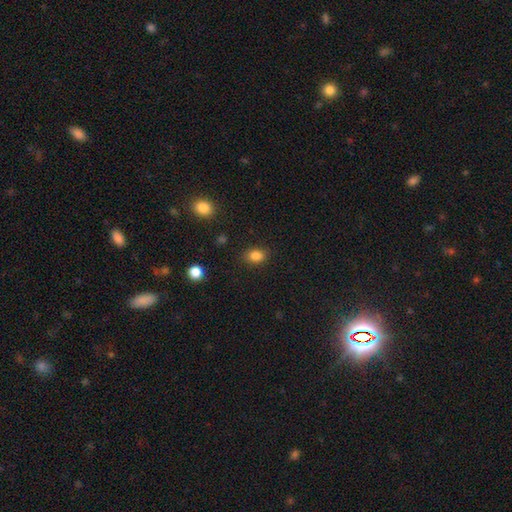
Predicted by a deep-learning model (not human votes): smooth 84%, star or artifact 11%, featured or disk 5%. Down the decision tree: how rounded — in between (68%); merging — none (84%).